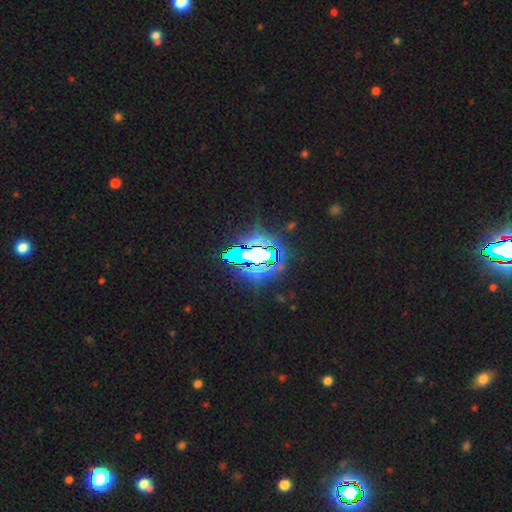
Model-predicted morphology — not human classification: A star or artifact, not a galaxy (80%).

Vote fractions:
- Smooth or featured? star or artifact: 80% / featured or disk: 10% / smooth: 10%